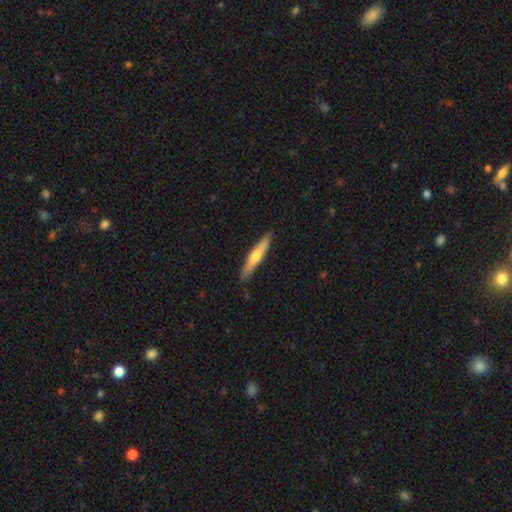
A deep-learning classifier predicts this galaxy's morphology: Smooth or featured?
  - smooth: 50% *
  - featured or disk: 44%
  - star or artifact: 5%
How rounded?
  - cigar-shaped: 90% *
  - in between: 9%
  - round: 1%
Merging?
  - none: 89% *
  - minor disturbance: 9%
  - major disturbance: 2%
  - merger: 1%